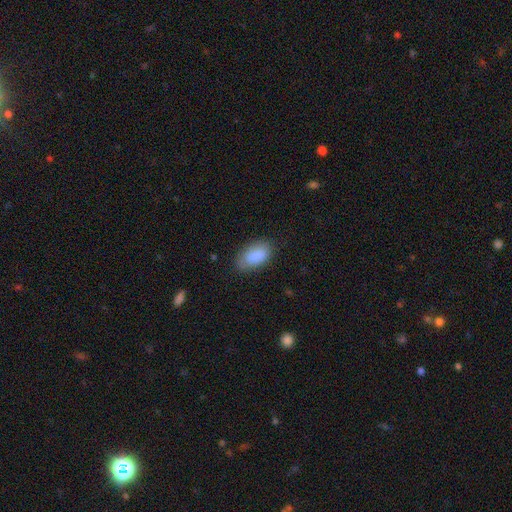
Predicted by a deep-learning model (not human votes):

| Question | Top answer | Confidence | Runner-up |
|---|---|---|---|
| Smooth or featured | smooth | 87% | star or artifact (7%) |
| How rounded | in between | 94% | round (4%) |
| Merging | none | 71% | minor disturbance (22%) |